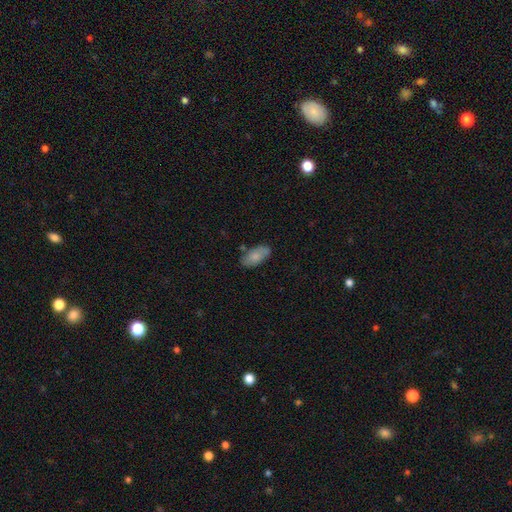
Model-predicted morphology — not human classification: smooth_or_featured: smooth (p=0.73) [alt: featured or disk p=0.20]
how_rounded: in between (p=0.92) [alt: cigar-shaped p=0.06]
merging: none (p=0.71) [alt: minor disturbance p=0.19]